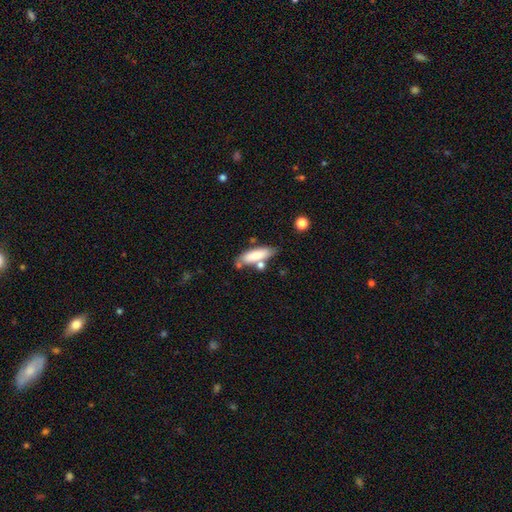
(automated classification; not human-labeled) smooth 79%, featured or disk 15%, star or artifact 6%. Down the decision tree: how rounded — in between (49%, tied with cigar-shaped); merging — none (64%).